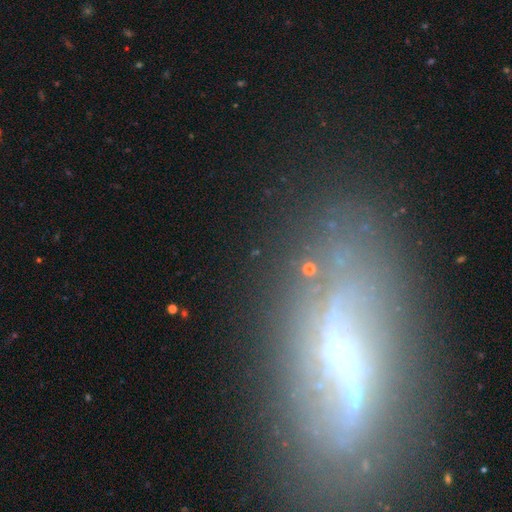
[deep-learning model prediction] Smooth or featured? Predicted: featured or disk (p=0.68). Edge-on disk? Predicted: no (p=0.79). Bar? Predicted: no (p=0.36). Spiral arms? Predicted: yes (p=0.58). Bulge size? Predicted: small (p=0.33). Merging? Predicted: none (p=0.58).